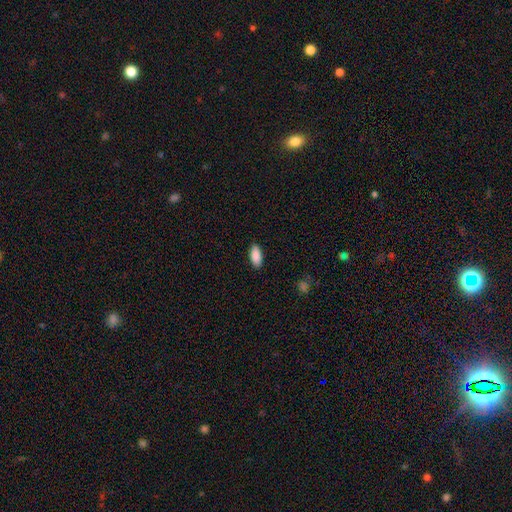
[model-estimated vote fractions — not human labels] Smooth or featured?
  - smooth: 90% *
  - star or artifact: 6%
  - featured or disk: 4%
How rounded?
  - in between: 88% *
  - cigar-shaped: 10%
  - round: 2%
Merging?
  - none: 89% *
  - minor disturbance: 8%
  - major disturbance: 2%
  - merger: 1%